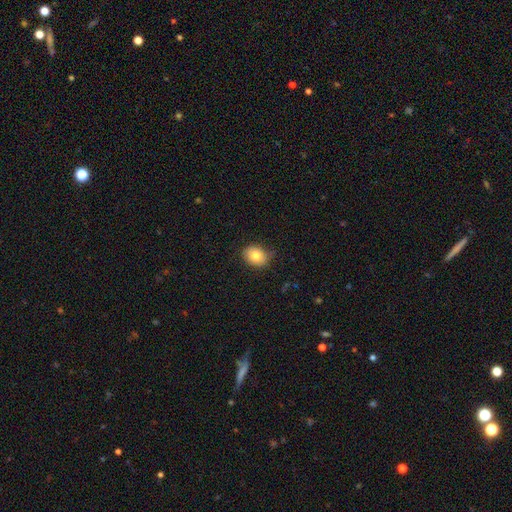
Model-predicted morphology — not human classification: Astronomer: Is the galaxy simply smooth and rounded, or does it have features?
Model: smooth — 80%.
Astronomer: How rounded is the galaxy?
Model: in between — 50% (runner-up: round, 49%).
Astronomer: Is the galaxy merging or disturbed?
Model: none — 80%.